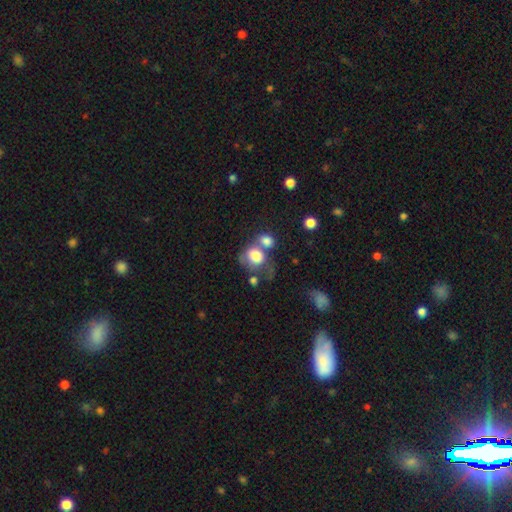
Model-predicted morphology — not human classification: This is likely a smooth galaxy (74%). How rounded: possibly in between (51%). Merging: possibly merger (50%).